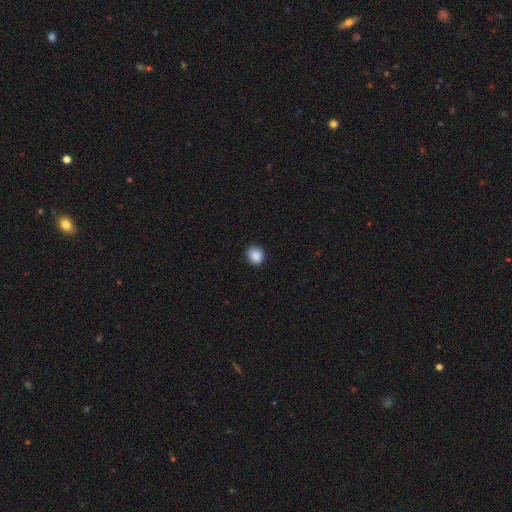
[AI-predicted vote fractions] Smooth or featured? Predicted: smooth (p=0.88). How rounded? Predicted: round (p=0.76). Merging? Predicted: none (p=0.85).